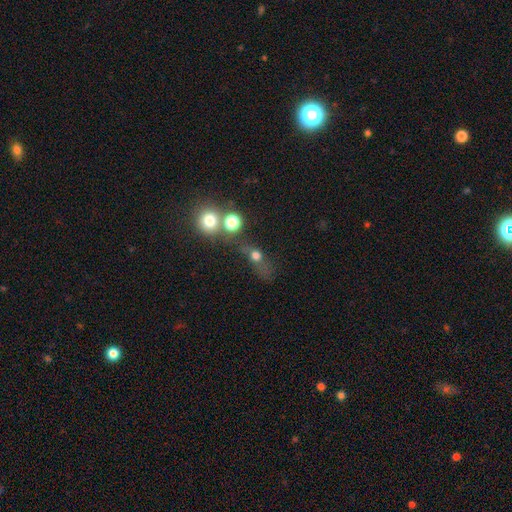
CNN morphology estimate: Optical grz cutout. It shows a smooth galaxy with no disk features (65%) that is round (64%). Merging: none (36%).